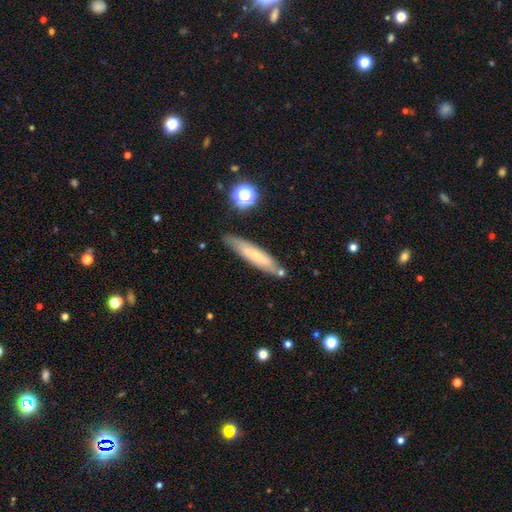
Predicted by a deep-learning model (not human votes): This appears to be a smooth galaxy with no disk features (56%) that is cigar-shaped (85%). Merging: none (77%).